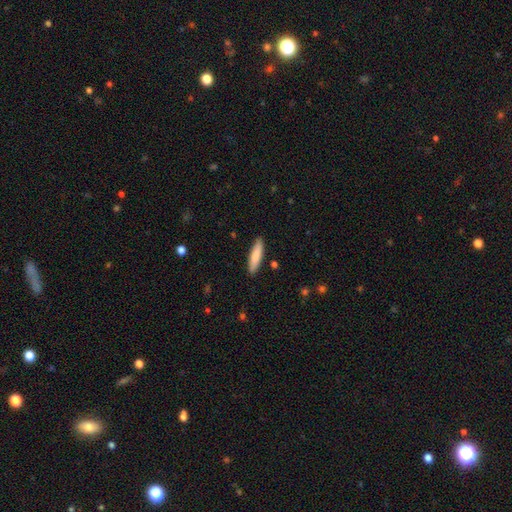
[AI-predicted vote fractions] Smooth or featured? smooth (82%)
How rounded? cigar-shaped (76%)
Merging? none (88%)